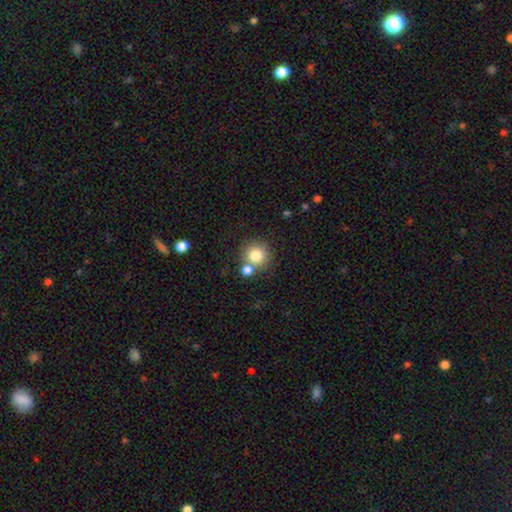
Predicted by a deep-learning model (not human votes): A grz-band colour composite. It shows a smooth galaxy with no disk features (80%) that is round (92%). Merging: none (66%).